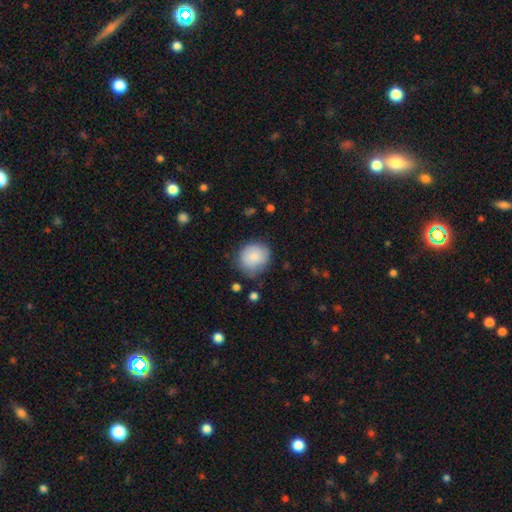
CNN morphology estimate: This is clearly a smooth galaxy (84%). How rounded: likely round (79%). Merging: likely none (71%).